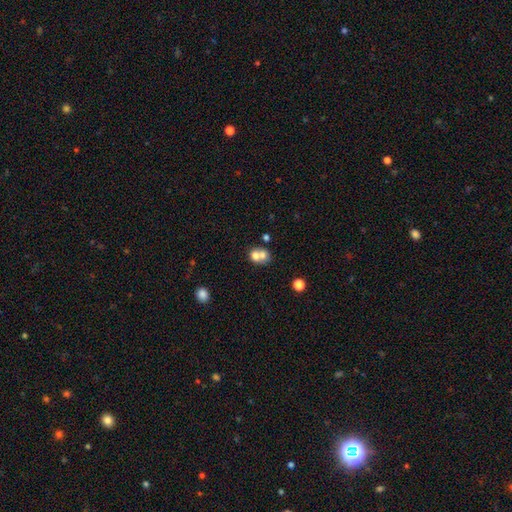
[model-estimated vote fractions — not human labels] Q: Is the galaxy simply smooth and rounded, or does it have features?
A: smooth — 67%.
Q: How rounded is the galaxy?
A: round — 65%.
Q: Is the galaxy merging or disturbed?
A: merger — 62%.